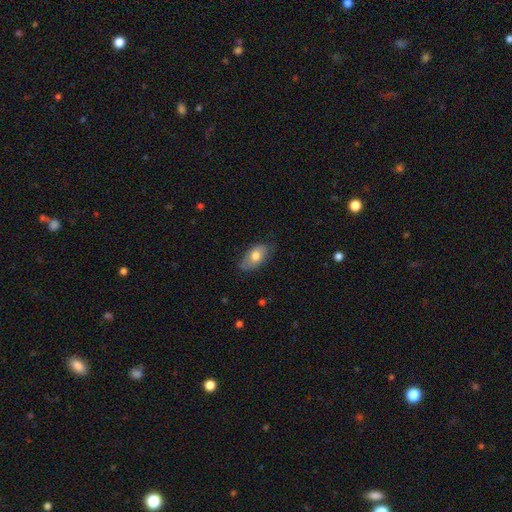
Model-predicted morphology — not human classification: Q: Smooth or featured?
A: smooth (73%); runner-up: featured or disk (20%)
Q: How rounded?
A: in between (92%); runner-up: round (6%)
Q: Merging?
A: none (68%); runner-up: minor disturbance (25%)